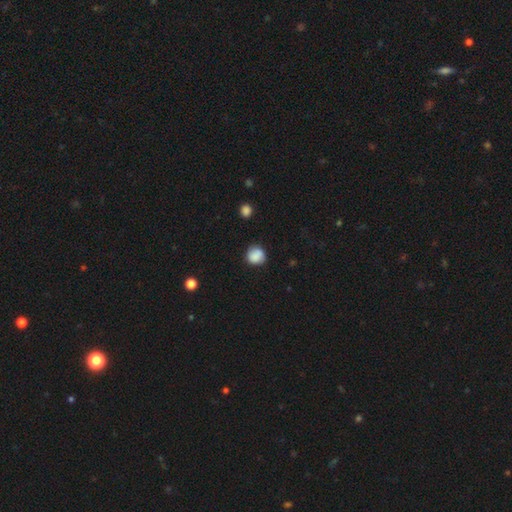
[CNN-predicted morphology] The model was most divided on "merging": none: 80%, minor disturbance: 15%, major disturbance: 3%, merger: 2%. More confident: how rounded — round (87%); smooth or featured — smooth (85%).